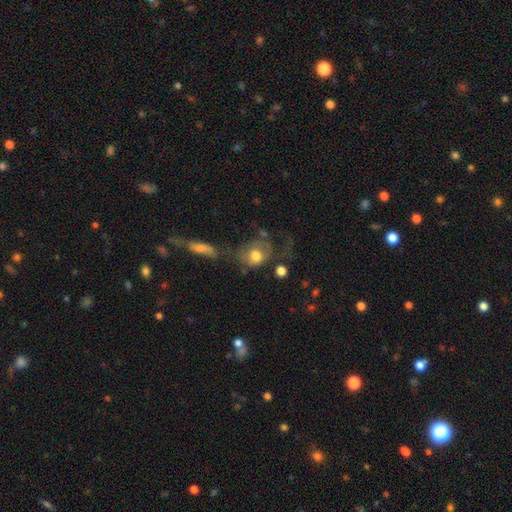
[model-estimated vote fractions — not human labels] smooth 61%, featured or disk 31%, star or artifact 8%. Down the decision tree: how rounded — in between (53%); merging — major disturbance (36%).